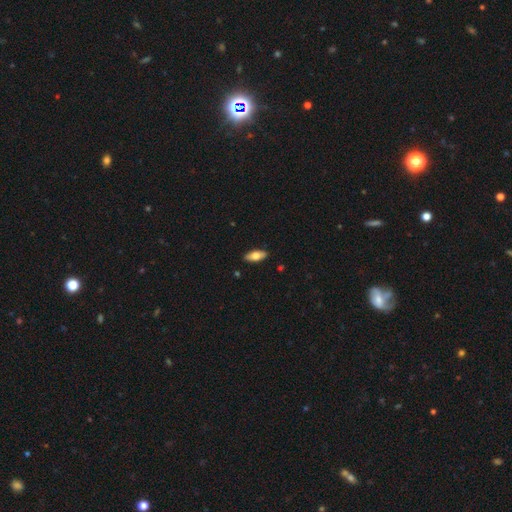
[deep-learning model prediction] Q: Smooth or featured?
A: smooth (70%); runner-up: featured or disk (24%)
Q: How rounded?
A: in between (81%); runner-up: cigar-shaped (17%)
Q: Merging?
A: none (90%); runner-up: minor disturbance (8%)